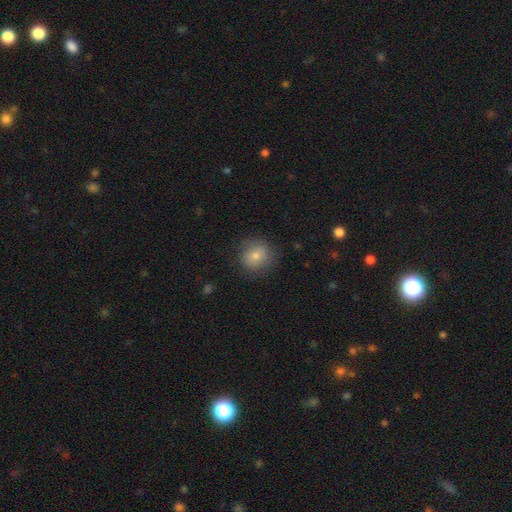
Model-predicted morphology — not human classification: Q: Smooth or featured?
A: smooth (78%); runner-up: featured or disk (13%)
Q: How rounded?
A: round (84%); runner-up: in between (15%)
Q: Merging?
A: none (80%); runner-up: minor disturbance (14%)